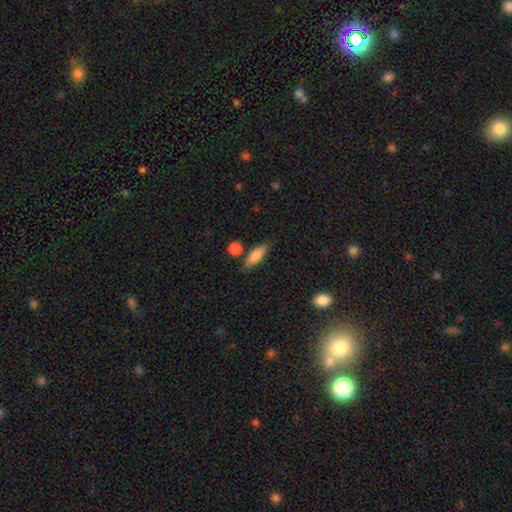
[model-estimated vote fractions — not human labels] Smooth or featured?
  - smooth: 83% *
  - featured or disk: 11%
  - star or artifact: 6%
How rounded?
  - in between: 64% *
  - cigar-shaped: 32%
  - round: 4%
Merging?
  - none: 74% *
  - minor disturbance: 14%
  - merger: 8%
  - major disturbance: 4%